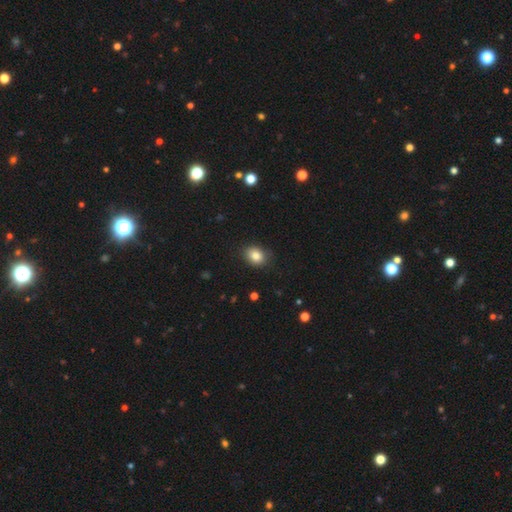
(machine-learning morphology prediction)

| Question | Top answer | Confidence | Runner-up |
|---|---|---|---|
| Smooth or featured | smooth | 83% | star or artifact (10%) |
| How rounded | in between | 54% | round (45%) |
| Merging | none | 85% | minor disturbance (11%) |